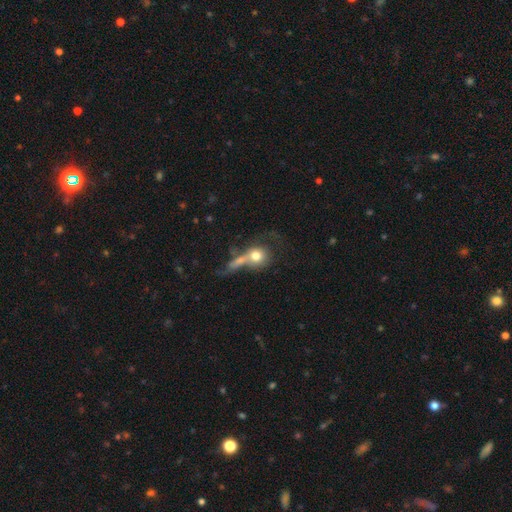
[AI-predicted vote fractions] smooth_or_featured: smooth (p=0.66) [alt: featured or disk p=0.25]
how_rounded: round (p=0.75) [alt: in between p=0.21]
merging: merger (p=0.47) [alt: none p=0.22]